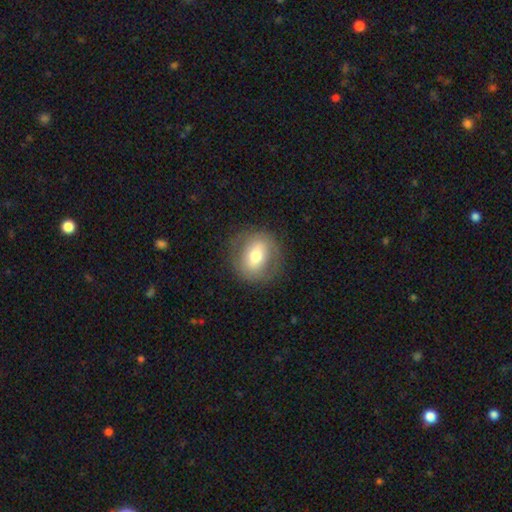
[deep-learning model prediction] This is possibly a smooth galaxy (57%). How rounded: likely round (68%). Merging: clearly none (82%).